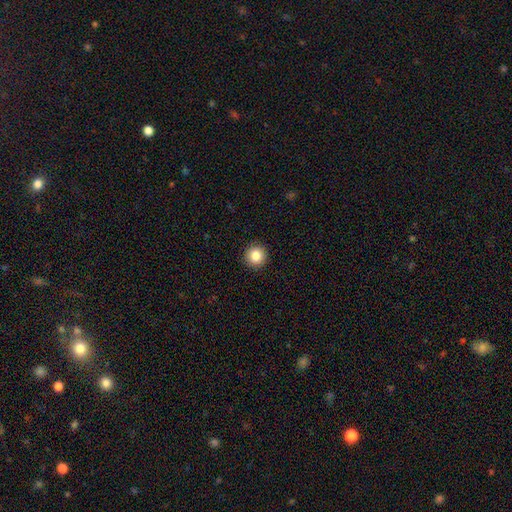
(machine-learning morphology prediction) This appears to be a smooth galaxy with no disk features (85%) that is round (95%). Merging: none (93%).